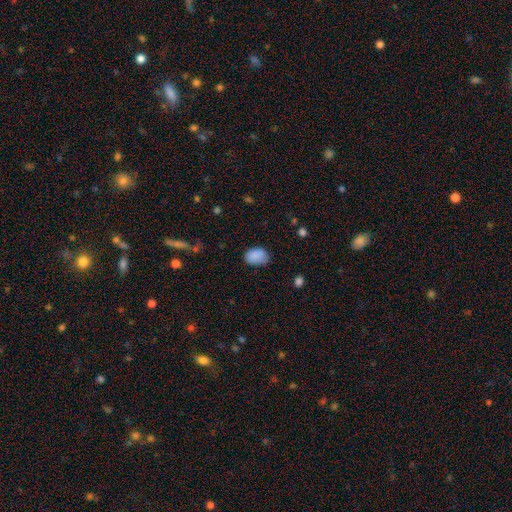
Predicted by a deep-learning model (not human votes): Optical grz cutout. It shows a smooth galaxy with no disk features (87%) that is in between round and cigar-shaped (83%). Merging: none (67%).